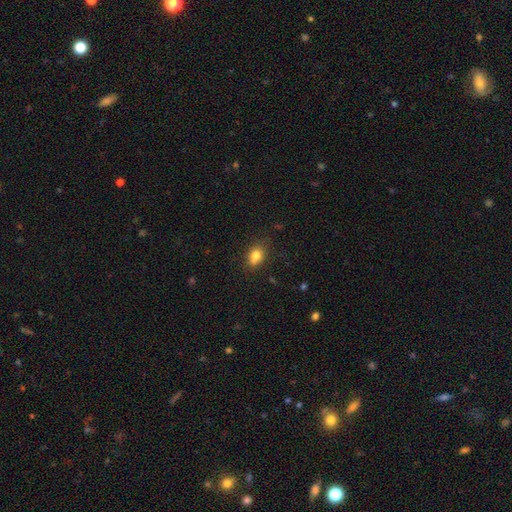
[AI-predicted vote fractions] A smooth galaxy with no disk features (80%) that is in between round and cigar-shaped (65%).

Vote fractions:
- Smooth or featured? smooth: 80% / star or artifact: 11% / featured or disk: 10%
- How rounded? in between: 65% / round: 33% / cigar-shaped: 2%
- Merging? none: 66% / minor disturbance: 21% / merger: 8% / major disturbance: 5%